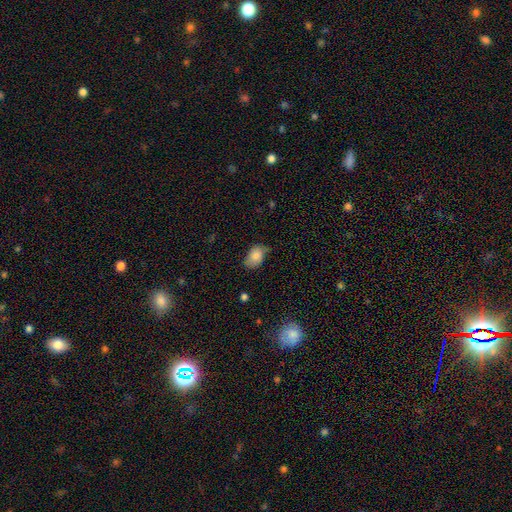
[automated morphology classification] smooth-or-featured: smooth: 83% | featured or disk: 9% | star or artifact: 8%
  how-rounded: in between: 83% | round: 15% | cigar-shaped: 1%
  merging: none: 54% | minor disturbance: 35% | major disturbance: 9% | merger: 2%